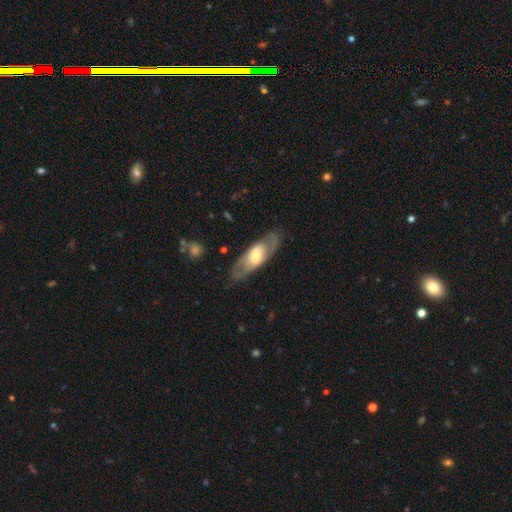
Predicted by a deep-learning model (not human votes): Smooth or featured? Predicted: featured or disk (p=0.59). Edge-on disk? Predicted: no (p=0.76). Merging? Predicted: none (p=0.78).